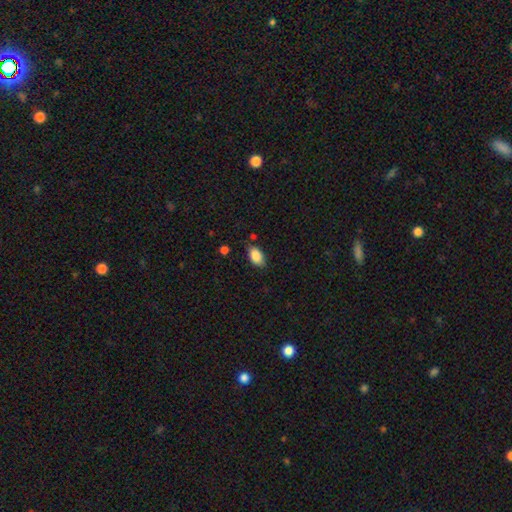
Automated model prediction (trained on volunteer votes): smooth-or-featured: smooth: 88% | star or artifact: 7% | featured or disk: 5%
  how-rounded: in between: 92% | round: 6% | cigar-shaped: 2%
  merging: none: 78% | minor disturbance: 16% | major disturbance: 3% | merger: 2%